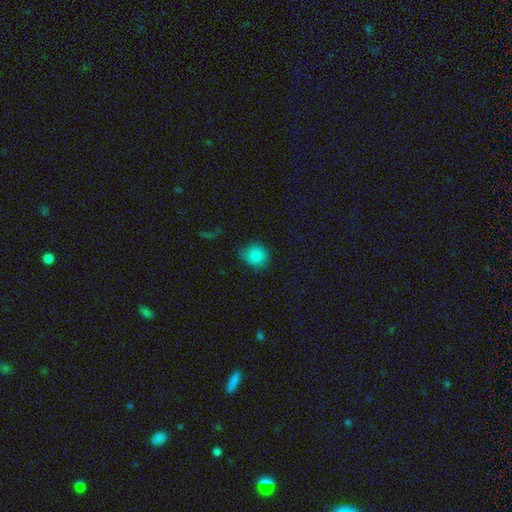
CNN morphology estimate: Smooth or featured: smooth — 84% (star or artifact — 11%)
How rounded: round — 84% (in between — 15%)
Merging: none — 73% (minor disturbance — 20%)